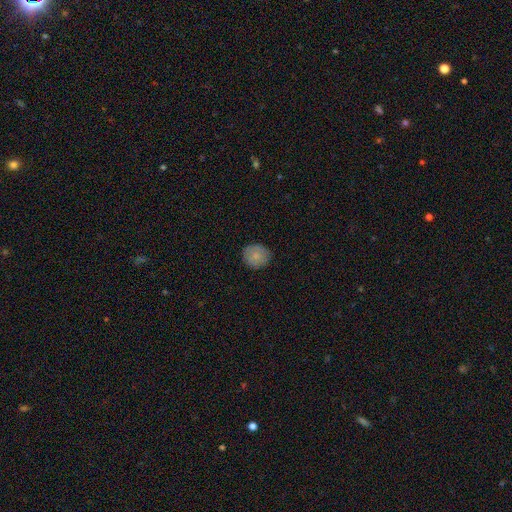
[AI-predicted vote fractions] Smooth or featured: smooth — 79% (featured or disk — 13%)
How rounded: round — 83% (in between — 16%)
Merging: none — 85% (minor disturbance — 12%)